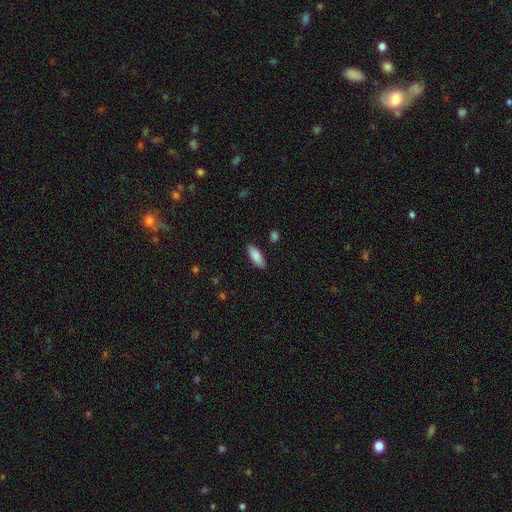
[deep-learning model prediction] This appears to be a smooth galaxy with no disk features (88%) that is in between round and cigar-shaped (75%). Merging: none (87%).